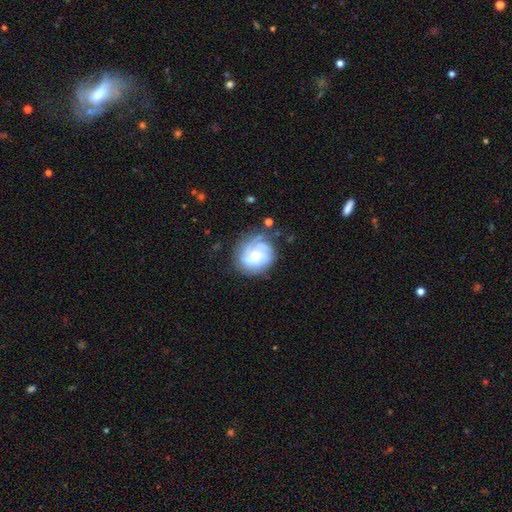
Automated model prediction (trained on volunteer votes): A featured or disk galaxy (74%) with no bar (71%), 3 (31%) tight (57%) spiral arms (92%) and a small central bulge (46%).

Vote fractions:
- Smooth or featured? featured or disk: 74% / smooth: 19% / star or artifact: 7%
- Edge-on disk? no: 98% / yes: 2%
- Bar? no: 71% / weak: 25% / strong: 4%
- Spiral arms? yes: 92% / no: 8%
- Spiral winding? tight: 57% / medium: 33% / loose: 11%
- Spiral arm count? 3: 31% / can't tell: 30% / 2: 15% / 4: 14% / 1: 5% / more than 4: 5%
- Bulge size? small: 46% / moderate: 45% / large: 4% / none: 3% / dominant: 1%
- Merging? none: 68% / minor disturbance: 20% / major disturbance: 9% / merger: 3%